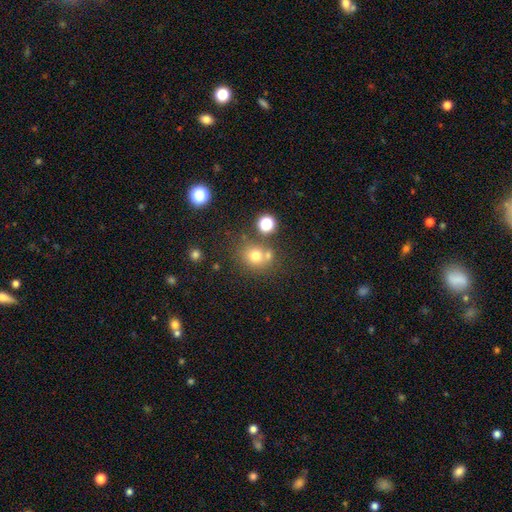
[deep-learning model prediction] Morphology: type=smooth (72%); roundness=round (80%); merging=none (60%).